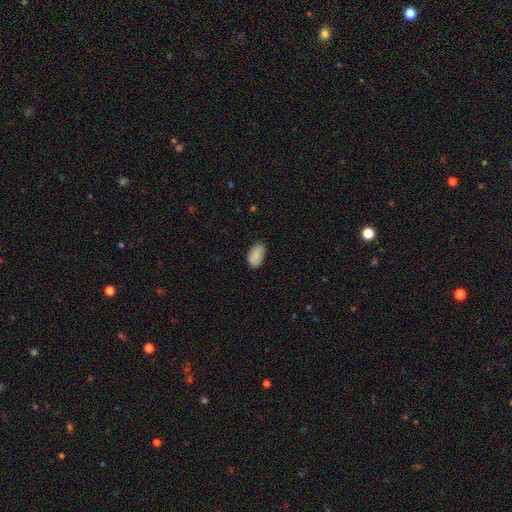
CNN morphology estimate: The model was most divided on "merging": none: 76%, minor disturbance: 20%, major disturbance: 3%, merger: 1%. More confident: how rounded — in between (94%); smooth or featured — smooth (86%).